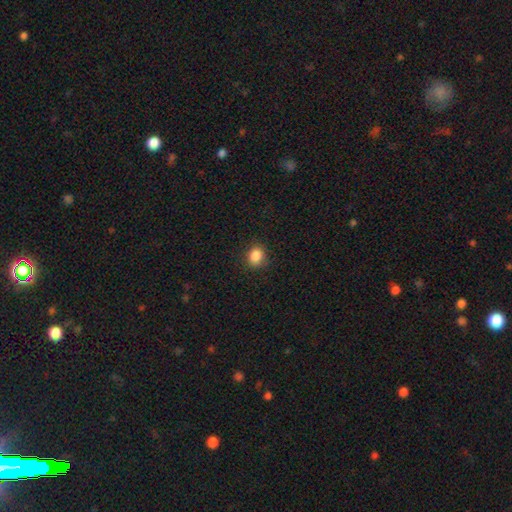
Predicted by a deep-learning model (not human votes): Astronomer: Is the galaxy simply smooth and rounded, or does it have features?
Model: smooth — 87%.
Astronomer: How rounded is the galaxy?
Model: round — 64%.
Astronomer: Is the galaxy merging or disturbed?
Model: none — 87%.